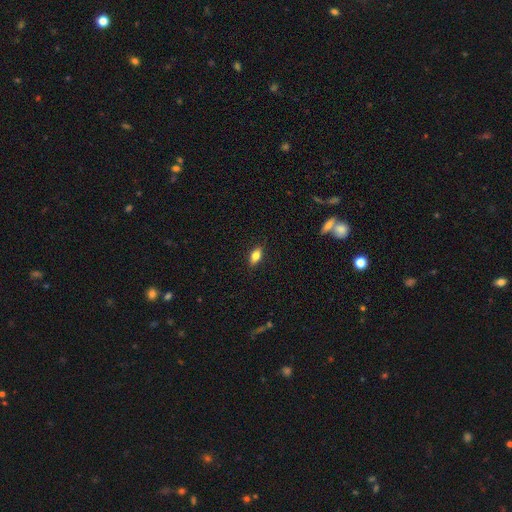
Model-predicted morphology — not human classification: Smooth or featured: smooth — 78% (featured or disk — 14%)
How rounded: in between — 85% (cigar-shaped — 10%)
Merging: none — 87% (minor disturbance — 10%)